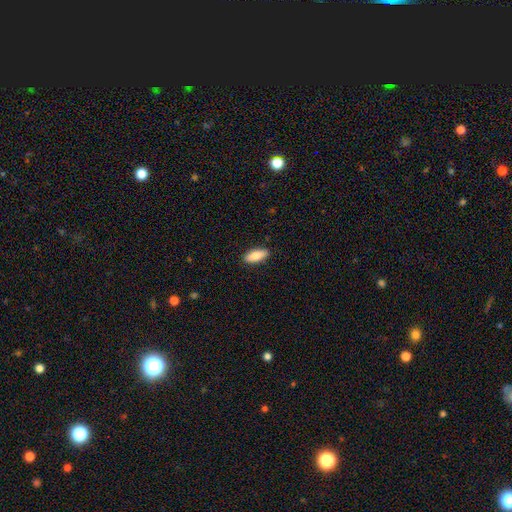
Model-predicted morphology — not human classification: smooth_or_featured: smooth (p=0.85) [alt: featured or disk p=0.09]
how_rounded: in between (p=0.79) [alt: cigar-shaped p=0.19]
merging: none (p=0.88) [alt: minor disturbance p=0.09]